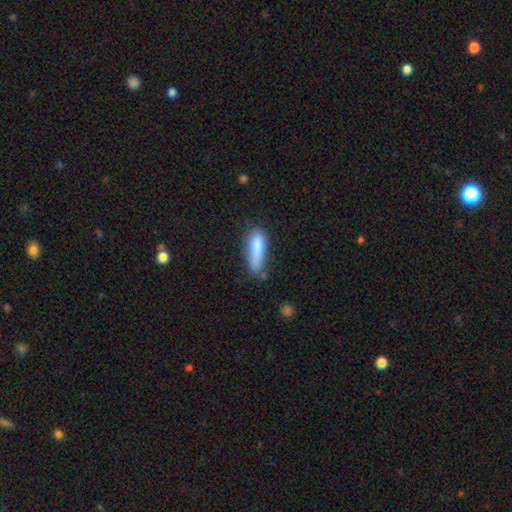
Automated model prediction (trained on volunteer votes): This is clearly a smooth galaxy (80%). How rounded: possibly cigar-shaped (54%). Merging: possibly none (48%).